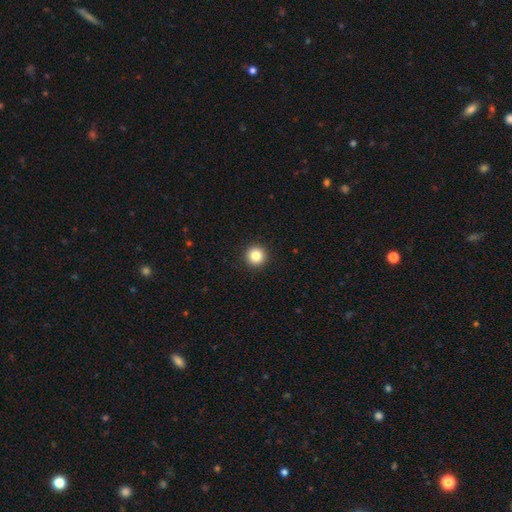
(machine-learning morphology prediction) A smooth galaxy with no disk features (84%) that is round (96%).

Vote fractions:
- Smooth or featured? smooth: 84% / star or artifact: 11% / featured or disk: 5%
- How rounded? round: 96% / in between: 3% / cigar-shaped: 1%
- Merging? none: 93% / minor disturbance: 4% / major disturbance: 1% / merger: 1%